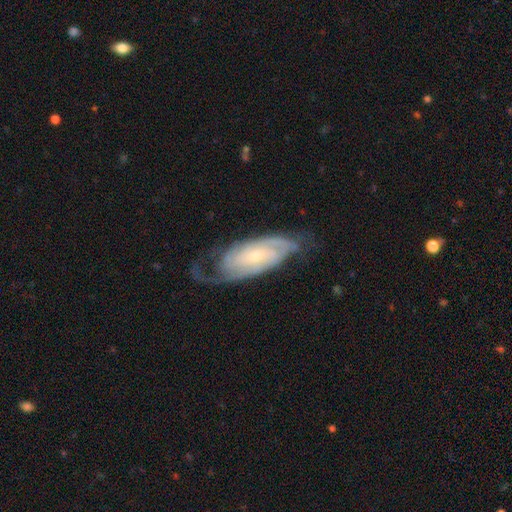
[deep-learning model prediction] A featured or disk galaxy (85%) with no bar (52%), 2 (51%) tight (60%) spiral arms (97%) and a small central bulge (66%).

Vote fractions:
- Smooth or featured? featured or disk: 85% / smooth: 10% / star or artifact: 5%
- Edge-on disk? no: 92% / yes: 8%
- Bar? no: 52% / weak: 37% / strong: 11%
- Spiral arms? yes: 97% / no: 3%
- Spiral winding? tight: 60% / medium: 32% / loose: 8%
- Spiral arm count? 2: 51% / can't tell: 23% / 3: 13% / 4: 5% / 1: 4% / more than 4: 3%
- Bulge size? small: 66% / moderate: 28% / none: 3% / large: 2% / dominant: 1%
- Merging? none: 65% / minor disturbance: 21% / major disturbance: 12% / merger: 1%